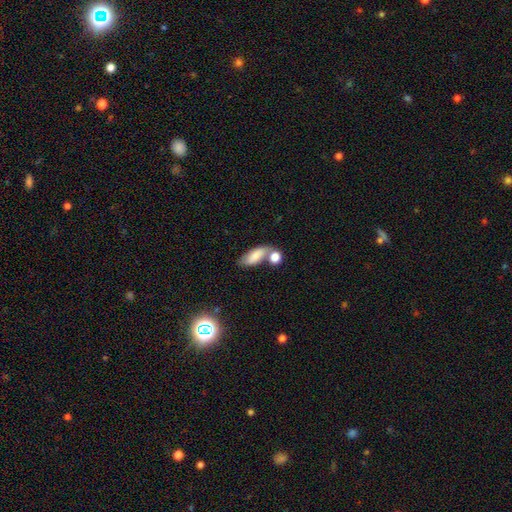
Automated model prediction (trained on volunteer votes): smooth-or-featured: smooth: 75% | featured or disk: 16% | star or artifact: 9%
  how-rounded: in between: 79% | cigar-shaped: 16% | round: 5%
  merging: none: 43% | merger: 36% | minor disturbance: 15% | major disturbance: 6%